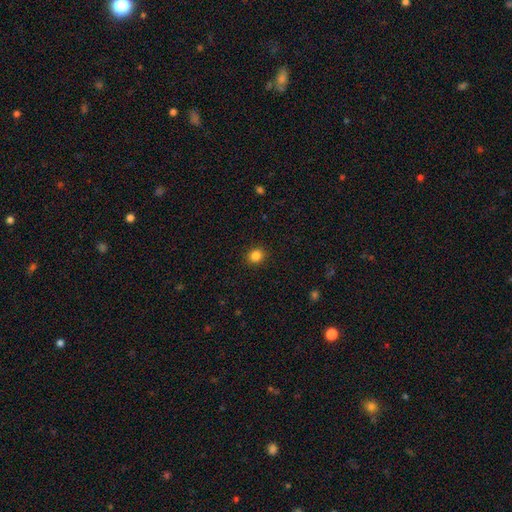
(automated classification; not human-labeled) This appears to be a smooth galaxy with no disk features (84%) that is round (82%). Merging: none (91%).